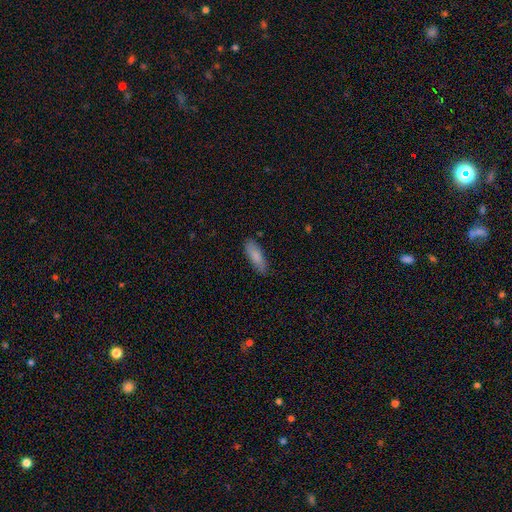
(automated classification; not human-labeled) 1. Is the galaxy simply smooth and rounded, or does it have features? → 86% smooth, 8% featured or disk, 6% star or artifact.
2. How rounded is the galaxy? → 54% in between, 44% cigar-shaped, 2% round.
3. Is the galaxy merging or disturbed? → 83% none, 13% minor disturbance, 2% major disturbance, 1% merger.